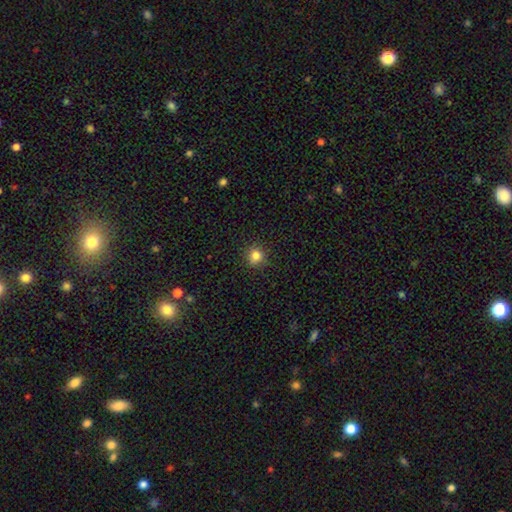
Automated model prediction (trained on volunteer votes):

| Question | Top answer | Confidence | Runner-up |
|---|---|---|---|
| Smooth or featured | smooth | 82% | star or artifact (13%) |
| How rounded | round | 92% | in between (7%) |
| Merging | none | 89% | minor disturbance (7%) |